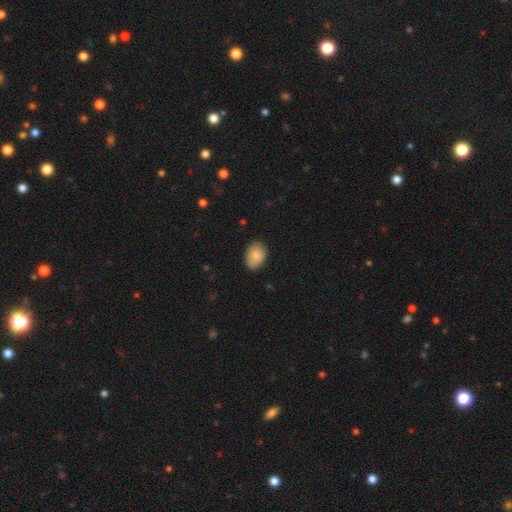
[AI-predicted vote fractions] Smooth or featured? Predicted: smooth (p=0.85). How rounded? Predicted: in between (p=0.82). Merging? Predicted: none (p=0.83).